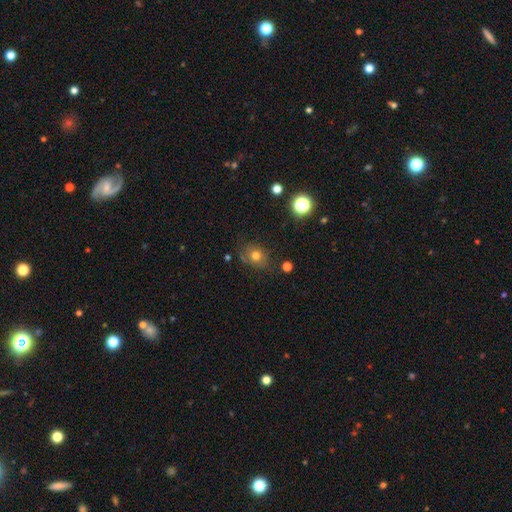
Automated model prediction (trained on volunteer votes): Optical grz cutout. It shows a smooth galaxy with no disk features (71%) that is round (54%). Merging: none (71%).